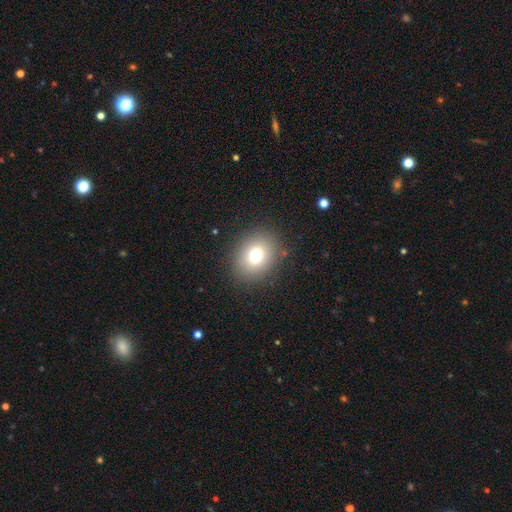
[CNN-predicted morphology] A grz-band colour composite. It shows a smooth galaxy with no disk features (76%) that is round (55%). Merging: none (86%).